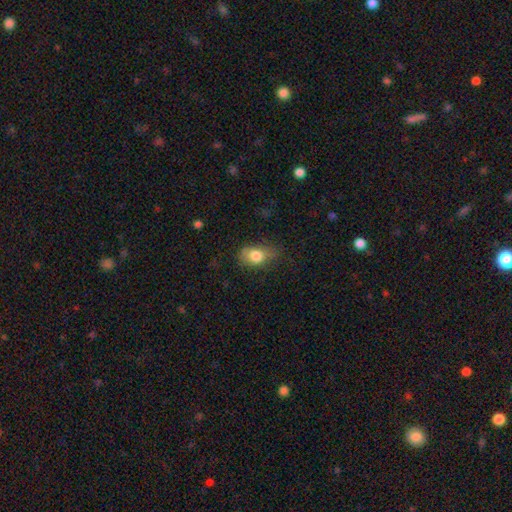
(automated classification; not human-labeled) Smooth or featured: smooth — 79% (featured or disk — 12%)
How rounded: in between — 76% (round — 21%)
Merging: none — 53% (minor disturbance — 32%)